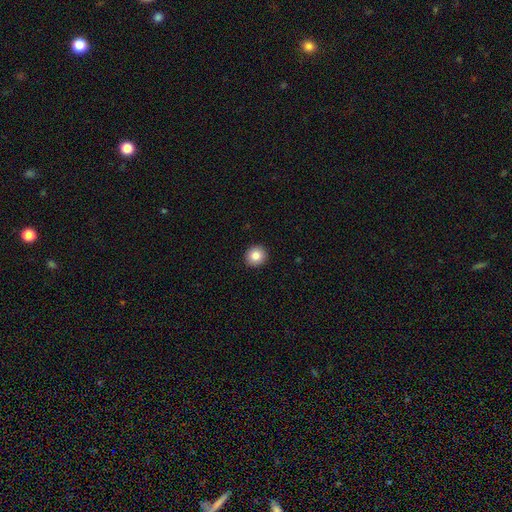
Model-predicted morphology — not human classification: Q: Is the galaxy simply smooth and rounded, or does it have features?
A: smooth — 84%.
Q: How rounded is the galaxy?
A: round — 89%.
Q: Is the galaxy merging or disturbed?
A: none — 93%.